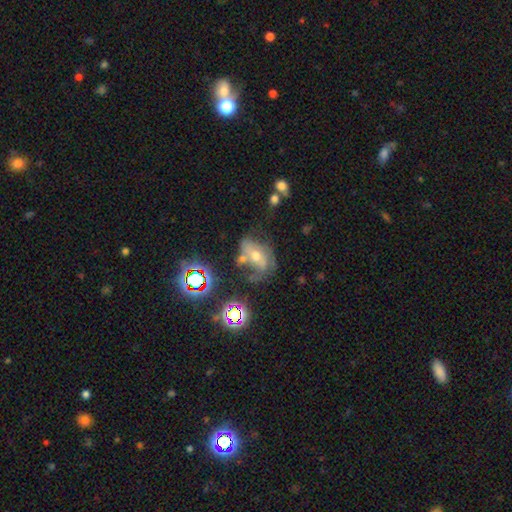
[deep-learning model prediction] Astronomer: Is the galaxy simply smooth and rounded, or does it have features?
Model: featured or disk — 50% (runner-up: smooth, 30%).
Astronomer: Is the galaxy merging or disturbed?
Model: none — 38% (runner-up: minor disturbance, 23%).